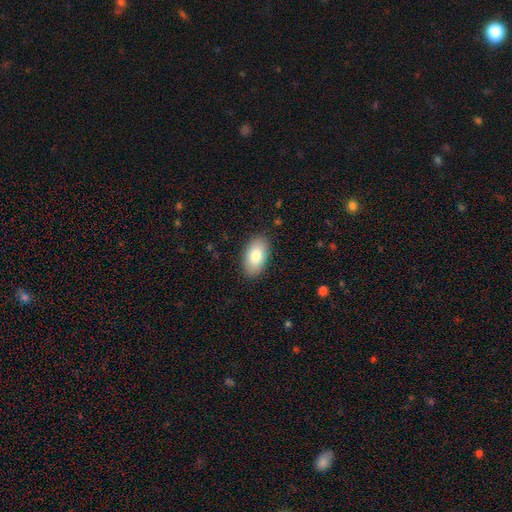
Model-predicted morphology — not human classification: smooth_or_featured: smooth (p=0.81) [alt: featured or disk p=0.13]
how_rounded: in between (p=0.94) [alt: round p=0.04]
merging: none (p=0.88) [alt: minor disturbance p=0.09]